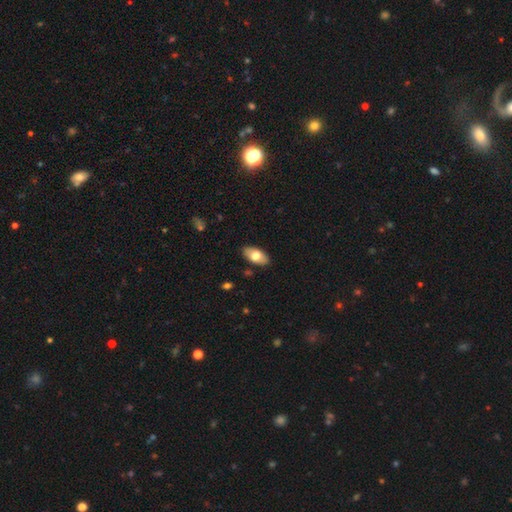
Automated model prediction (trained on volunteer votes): Overall: smooth (70%). How rounded: in between (93%). Merging: none (87%).